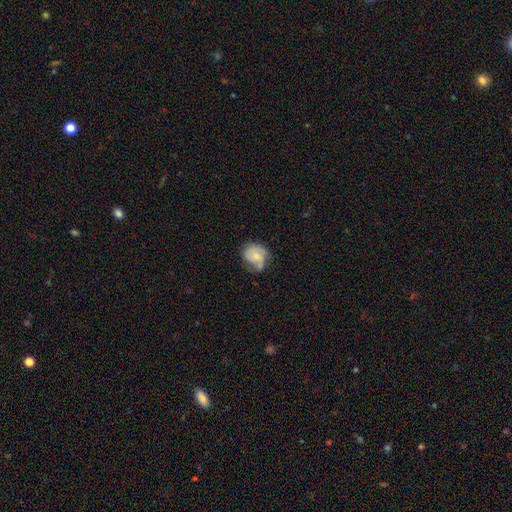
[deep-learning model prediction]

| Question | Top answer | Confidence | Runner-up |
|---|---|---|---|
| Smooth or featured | featured or disk | 50% | smooth (42%) |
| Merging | none | 44% | minor disturbance (34%) |